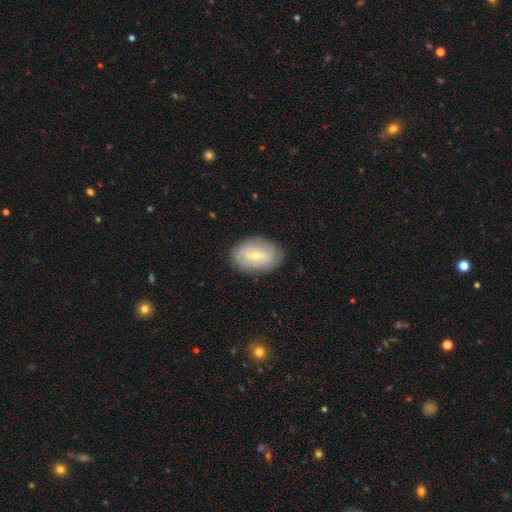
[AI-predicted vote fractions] A featured or disk galaxy (48%). Merging: none (84%).